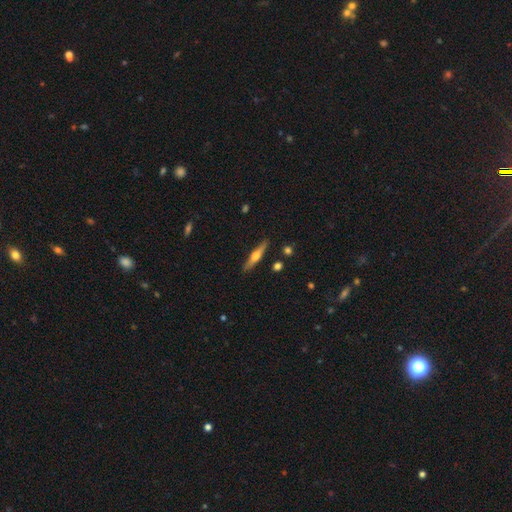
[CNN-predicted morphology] A featured or disk galaxy (60%) viewed edge-on (96%) with a rounded central bulge (93%).

Vote fractions:
- Smooth or featured? featured or disk: 60% / smooth: 34% / star or artifact: 6%
- Edge-on disk? yes: 96% / no: 4%
- Edge-on bulge? rounded: 93% / none: 4% / boxy: 3%
- Merging? none: 89% / minor disturbance: 8% / merger: 2% / major disturbance: 2%